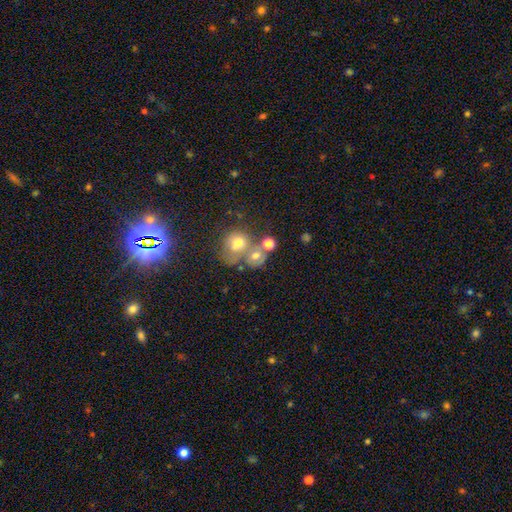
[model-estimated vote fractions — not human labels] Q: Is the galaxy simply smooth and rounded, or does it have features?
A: smooth — 65%.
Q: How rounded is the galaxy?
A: round — 71%.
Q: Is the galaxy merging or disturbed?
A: merger — 49%.